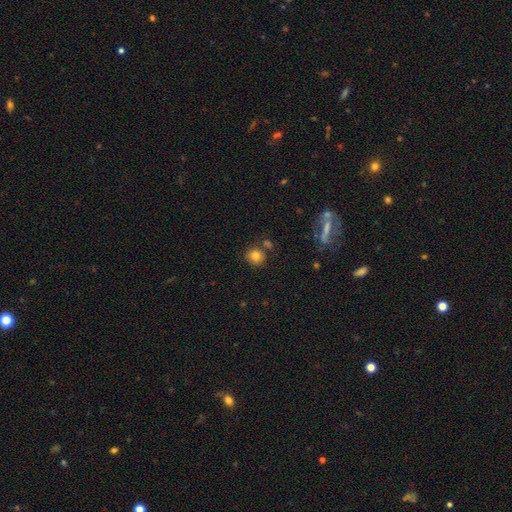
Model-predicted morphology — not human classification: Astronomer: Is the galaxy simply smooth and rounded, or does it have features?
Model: smooth — 80%.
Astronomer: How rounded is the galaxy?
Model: round — 88%.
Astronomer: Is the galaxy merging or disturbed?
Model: none — 75%.